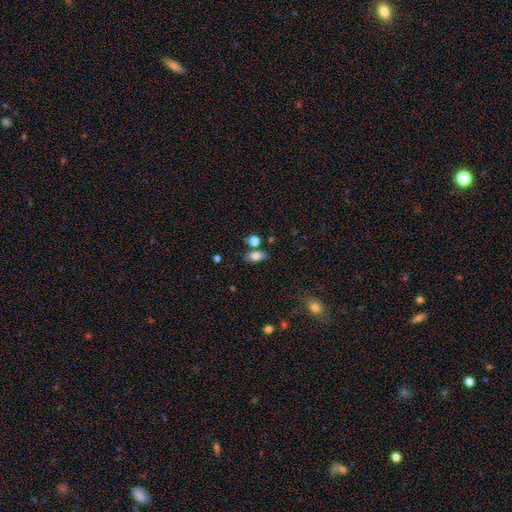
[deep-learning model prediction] smooth 78%, featured or disk 13%, star or artifact 10%. Down the decision tree: how rounded — in between (84%); merging — none (71%).